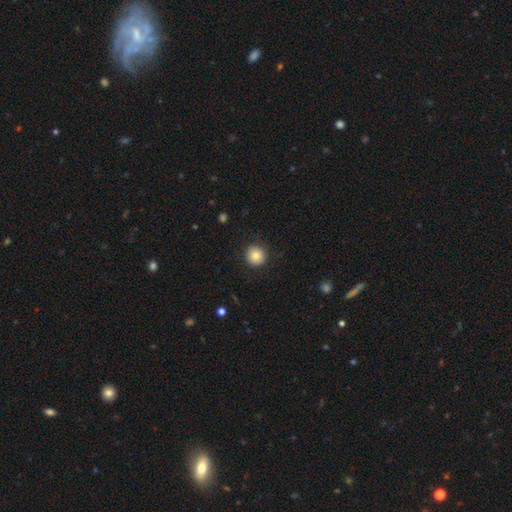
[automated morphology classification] Smooth or featured? Predicted: smooth (p=0.83). How rounded? Predicted: round (p=0.95). Merging? Predicted: none (p=0.89).